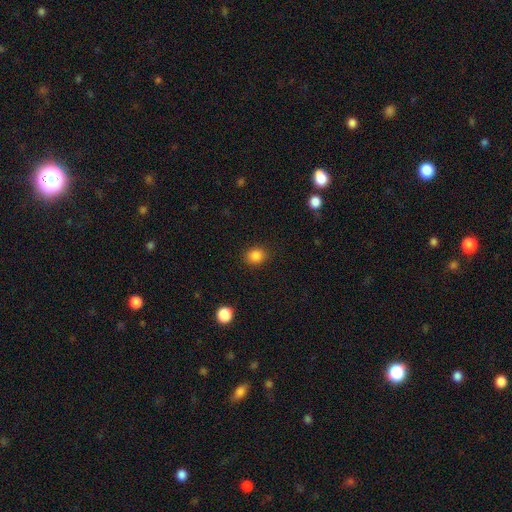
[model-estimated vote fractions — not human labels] Smooth or featured: smooth — 85% (star or artifact — 11%)
How rounded: round — 69% (in between — 30%)
Merging: none — 89% (minor disturbance — 8%)